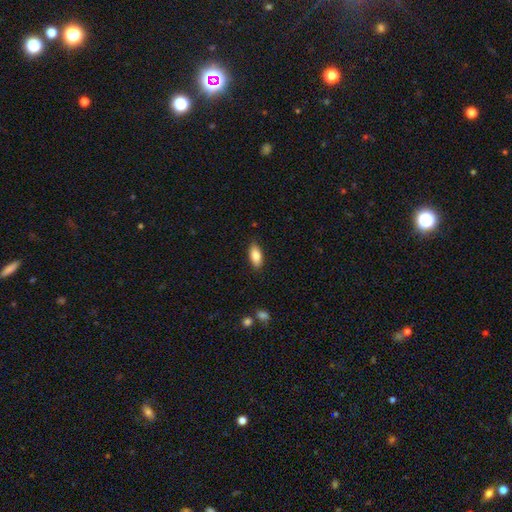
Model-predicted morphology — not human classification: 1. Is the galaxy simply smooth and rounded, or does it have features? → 86% smooth, 8% featured or disk, 7% star or artifact.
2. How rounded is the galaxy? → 86% in between, 11% cigar-shaped, 3% round.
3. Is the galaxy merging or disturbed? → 85% none, 12% minor disturbance, 2% major disturbance, 1% merger.